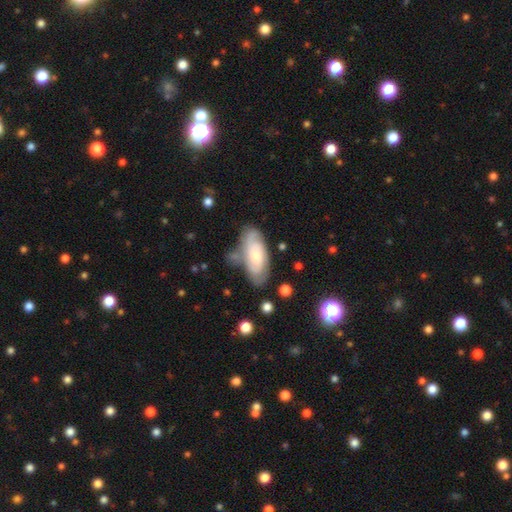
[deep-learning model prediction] A featured or disk galaxy (58%) with no bar (72%), spiral arms (84%) and a moderate central bulge (50%). Merging: none (60%).